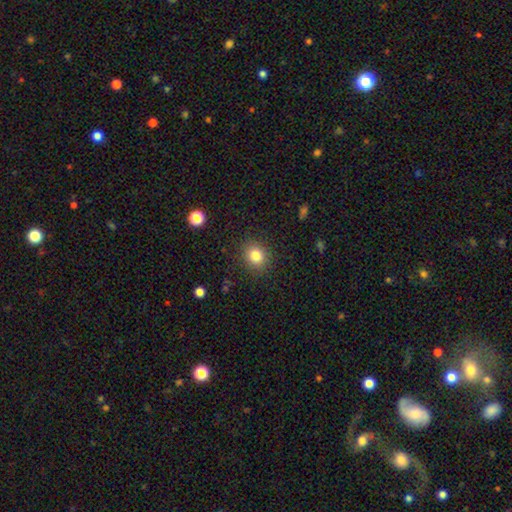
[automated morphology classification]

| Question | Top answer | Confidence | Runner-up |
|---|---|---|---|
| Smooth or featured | smooth | 83% | star or artifact (11%) |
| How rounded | round | 69% | in between (30%) |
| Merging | none | 88% | minor disturbance (8%) |